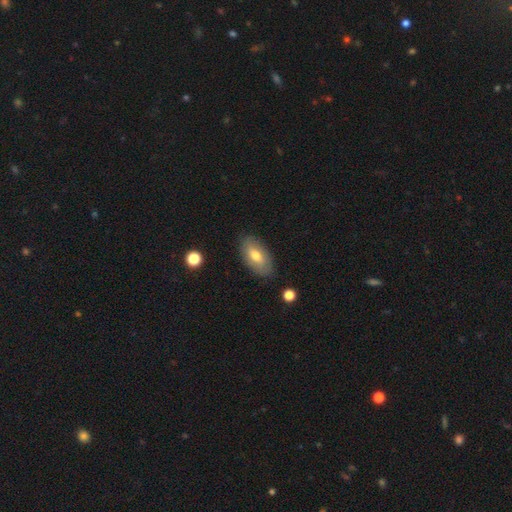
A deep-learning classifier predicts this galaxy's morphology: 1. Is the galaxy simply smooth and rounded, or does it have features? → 68% smooth, 26% featured or disk, 6% star or artifact.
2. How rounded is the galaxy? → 92% in between, 4% cigar-shaped, 3% round.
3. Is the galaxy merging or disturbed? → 84% none, 12% minor disturbance, 3% major disturbance, 1% merger.